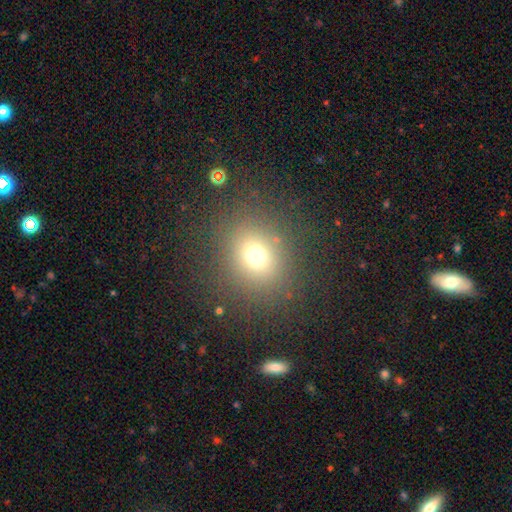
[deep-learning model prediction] This is likely a smooth galaxy (69%). How rounded: likely round (75%). Merging: clearly none (84%).